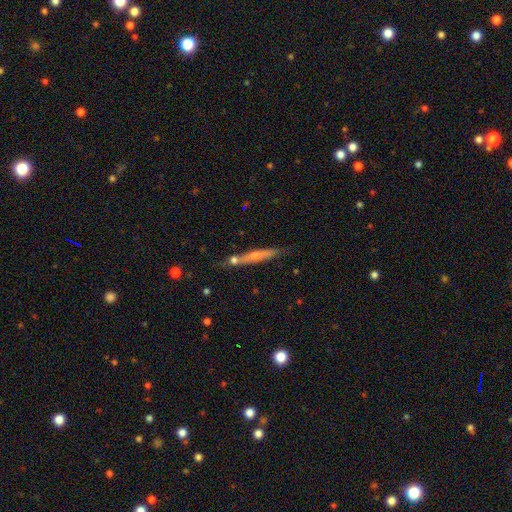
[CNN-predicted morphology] A featured or disk galaxy (48%).

Vote fractions:
- Smooth or featured? featured or disk: 48% / smooth: 45% / star or artifact: 7%
- Merging? none: 66% / minor disturbance: 16% / merger: 13% / major disturbance: 4%